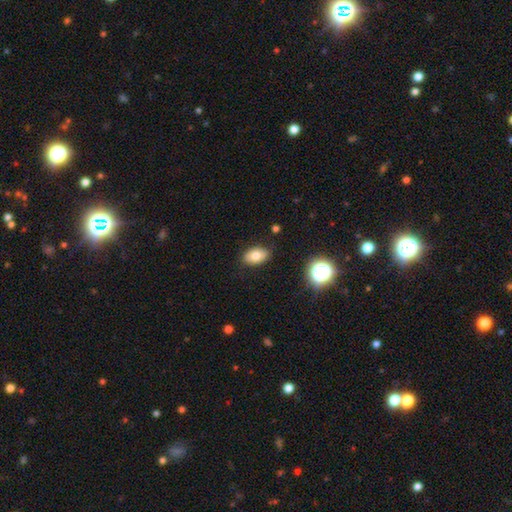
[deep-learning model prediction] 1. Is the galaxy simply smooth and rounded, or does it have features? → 77% smooth, 13% featured or disk, 10% star or artifact.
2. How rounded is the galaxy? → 88% in between, 10% round, 2% cigar-shaped.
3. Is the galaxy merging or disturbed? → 84% none, 12% minor disturbance, 3% major disturbance, 2% merger.